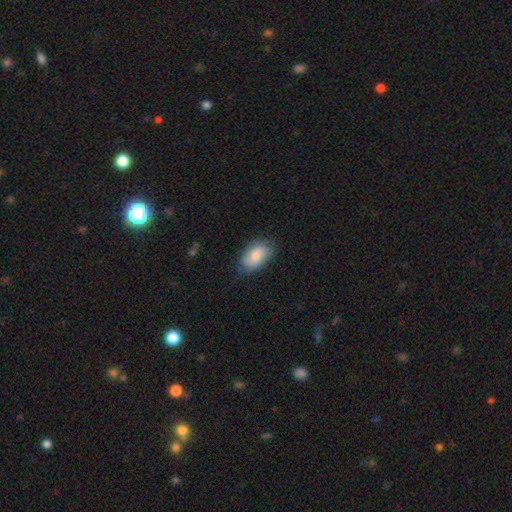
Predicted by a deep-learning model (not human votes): Smooth or featured?
  - smooth: 83% *
  - featured or disk: 11%
  - star or artifact: 6%
How rounded?
  - in between: 93% *
  - round: 5%
  - cigar-shaped: 2%
Merging?
  - none: 71% *
  - minor disturbance: 23%
  - major disturbance: 5%
  - merger: 1%